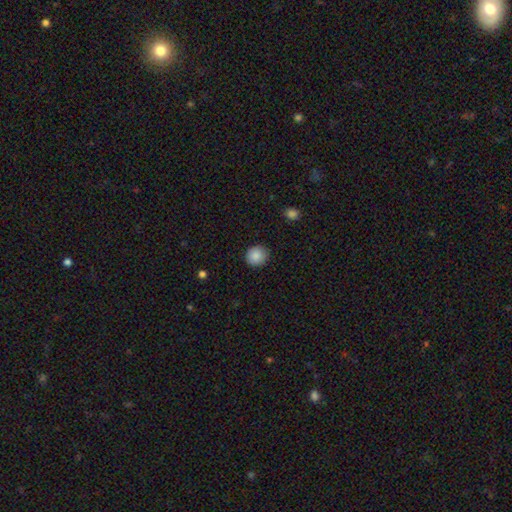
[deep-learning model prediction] Morphology: type=smooth (87%); roundness=round (91%); merging=none (90%).